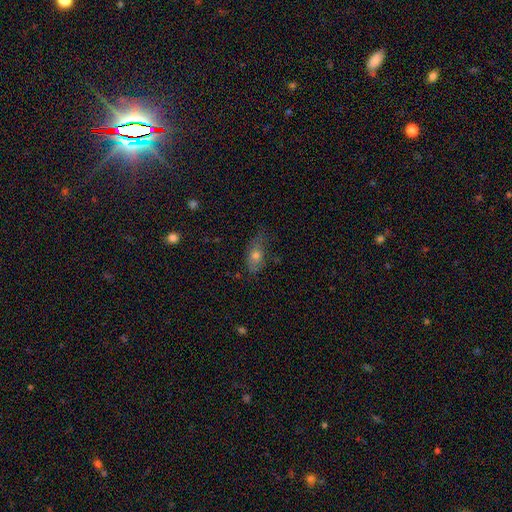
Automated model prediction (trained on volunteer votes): A smooth galaxy with no disk features (62%) that is in between round and cigar-shaped (78%). Merging: none (59%).